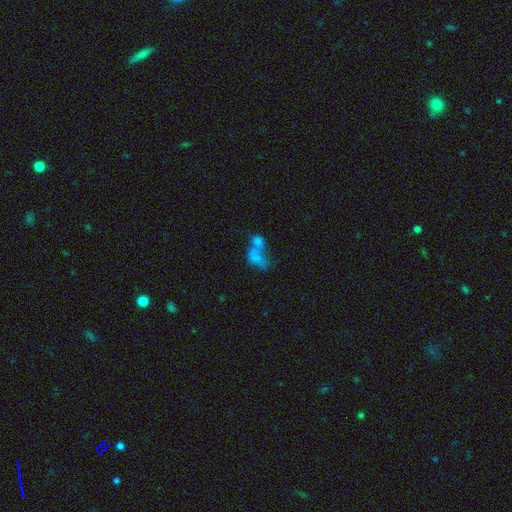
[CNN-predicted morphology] smooth_or_featured: smooth (p=0.59) [alt: featured or disk p=0.28]
how_rounded: in between (p=0.80) [alt: round p=0.17]
merging: merger (p=0.70) [alt: none p=0.13]